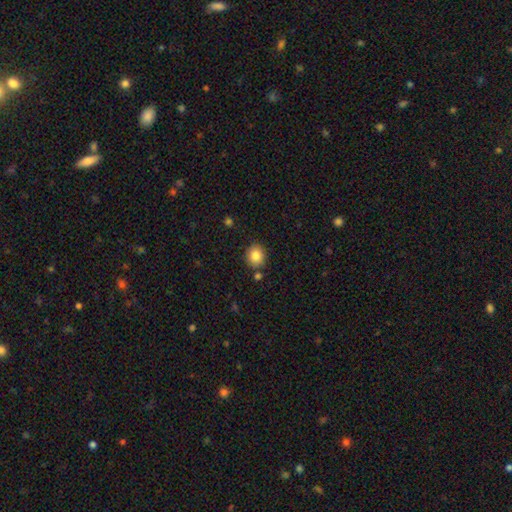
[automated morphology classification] This is clearly a smooth galaxy (83%). How rounded: likely round (77%). Merging: clearly none (84%).